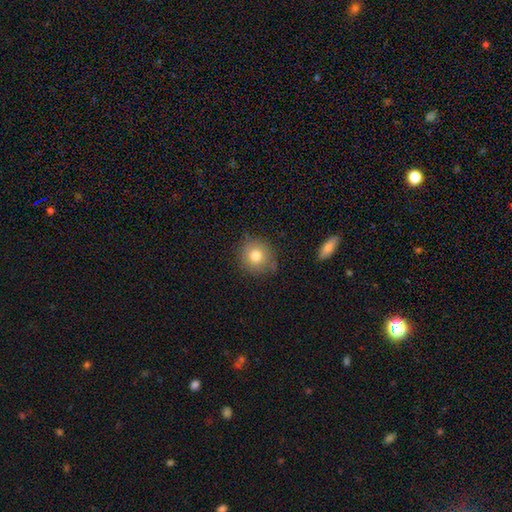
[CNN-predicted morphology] smooth-or-featured: smooth: 79% | featured or disk: 11% | star or artifact: 10%
  how-rounded: round: 87% | in between: 12% | cigar-shaped: 1%
  merging: none: 80% | minor disturbance: 15% | major disturbance: 3% | merger: 2%